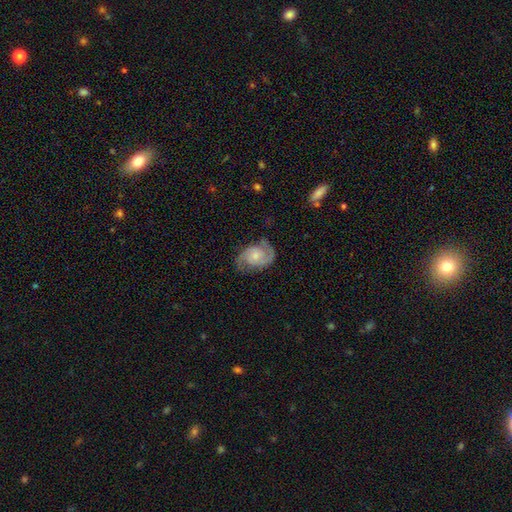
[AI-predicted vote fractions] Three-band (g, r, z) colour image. It shows a featured or disk galaxy (81%) with no bar (67%), 2 (89%) medium (51%) spiral arms (96%) and a small central bulge (45%). Merging: none (69%).